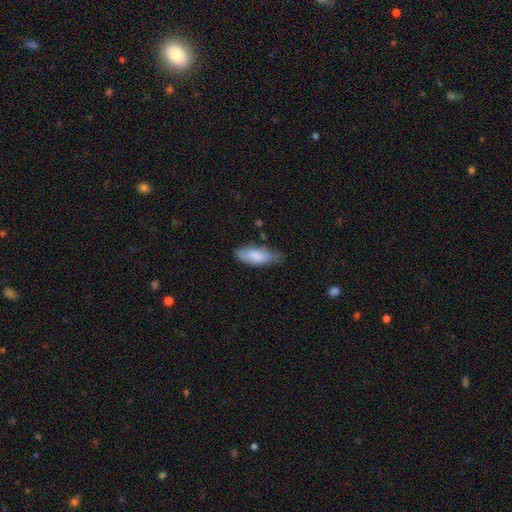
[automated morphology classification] Overall: smooth (81%). How rounded: in between (77%). Merging: none (65%; minor disturbance 28%).